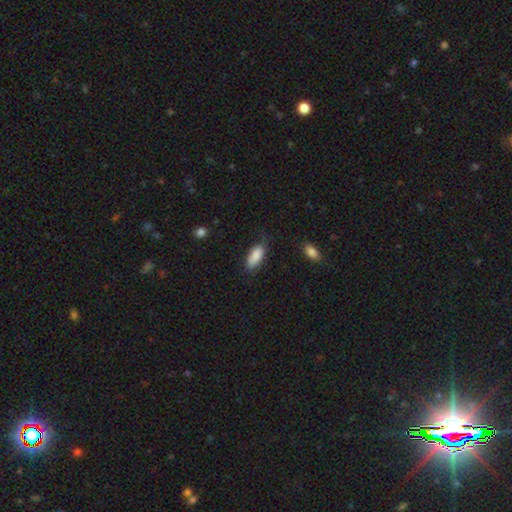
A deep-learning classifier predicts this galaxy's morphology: Smooth or featured? Predicted: smooth (p=0.86). How rounded? Predicted: in between (p=0.85). Merging? Predicted: none (p=0.64).